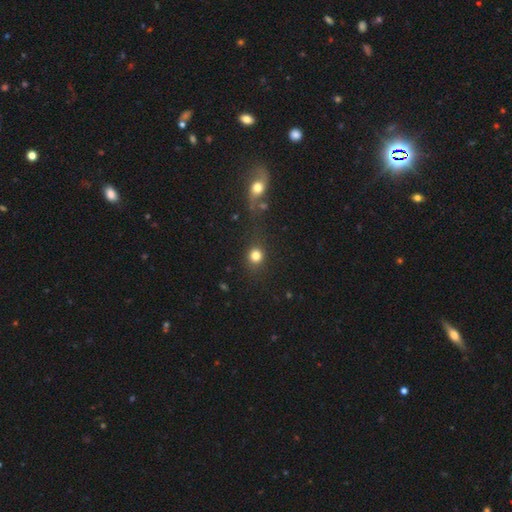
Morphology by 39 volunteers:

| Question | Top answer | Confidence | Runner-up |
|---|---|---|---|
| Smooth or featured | smooth | 92% | star or artifact (5%) |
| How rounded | round | 97% | in between (3%) |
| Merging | none | 68% | minor disturbance (14%) |